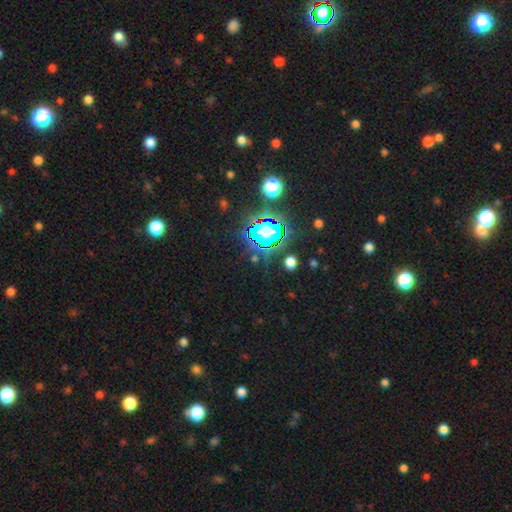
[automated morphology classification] Smooth or featured? Predicted: star or artifact (p=0.70).